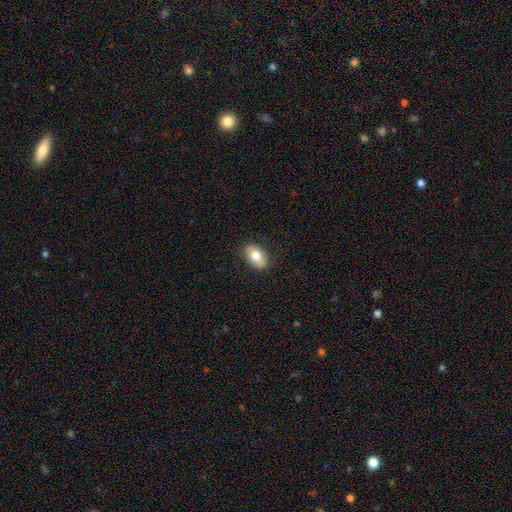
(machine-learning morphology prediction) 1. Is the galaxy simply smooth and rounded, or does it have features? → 74% smooth, 19% featured or disk, 7% star or artifact.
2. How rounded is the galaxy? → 88% in between, 11% round, 2% cigar-shaped.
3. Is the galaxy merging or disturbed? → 84% none, 12% minor disturbance, 3% major disturbance, 1% merger.